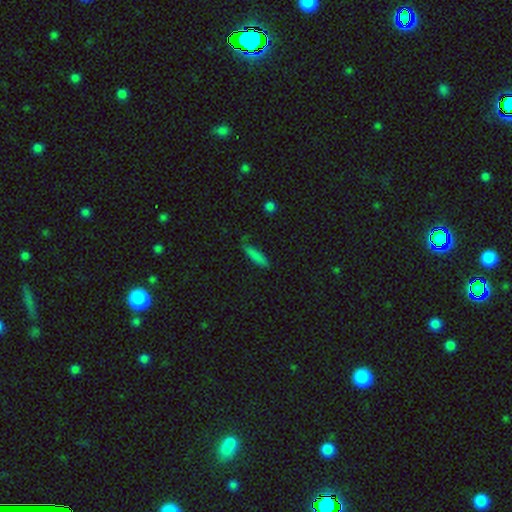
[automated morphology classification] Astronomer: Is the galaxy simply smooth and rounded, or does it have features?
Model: smooth — 82%.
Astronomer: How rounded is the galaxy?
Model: cigar-shaped — 76%.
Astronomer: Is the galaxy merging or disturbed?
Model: none — 77%.